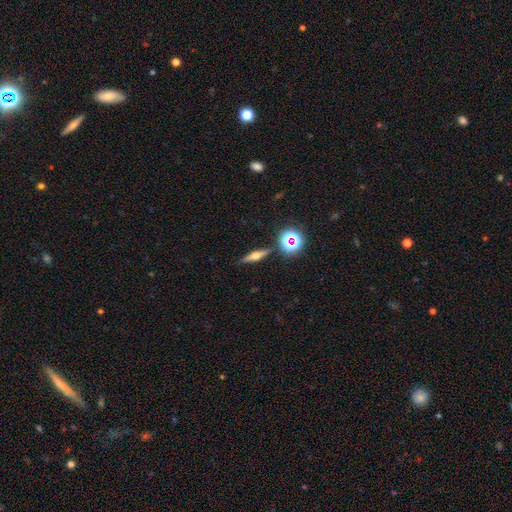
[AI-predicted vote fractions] Q: Smooth or featured?
A: featured or disk (50%); runner-up: smooth (35%)
Q: Edge-on disk?
A: yes (93%); runner-up: no (7%)
Q: Merging?
A: none (86%); runner-up: minor disturbance (9%)